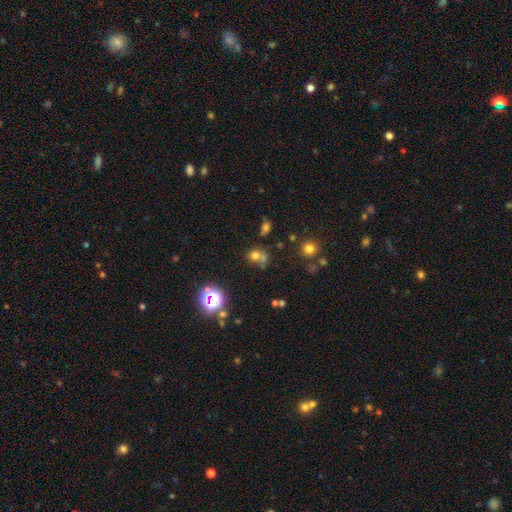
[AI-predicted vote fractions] smooth-or-featured: smooth: 63% | star or artifact: 25% | featured or disk: 12%
  how-rounded: round: 71% | in between: 28% | cigar-shaped: 1%
  merging: none: 42% | merger: 41% | minor disturbance: 11% | major disturbance: 6%